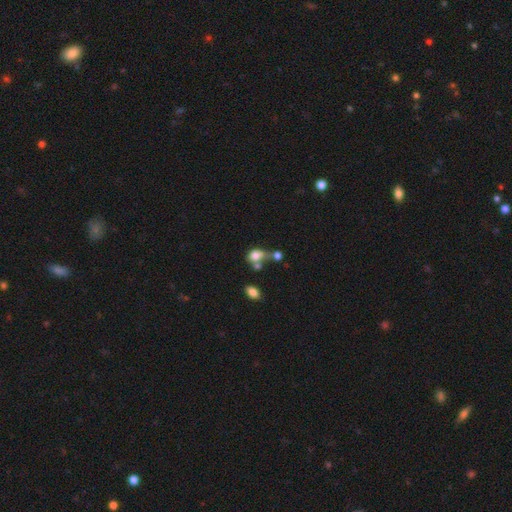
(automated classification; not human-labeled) Morphology: type=smooth (73%); roundness=in between (59%); merging=merger (48%).